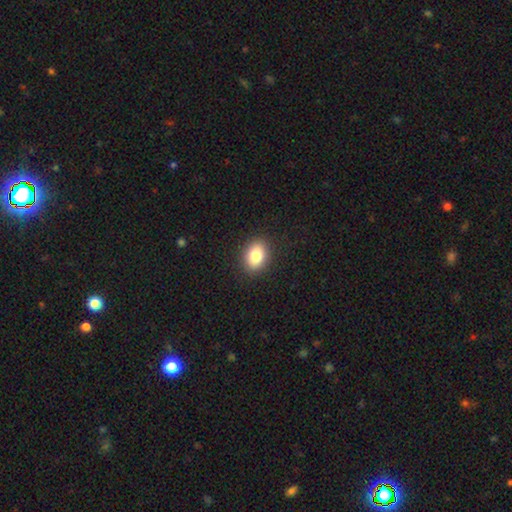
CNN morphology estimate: Smooth or featured? Predicted: smooth (p=0.83). How rounded? Predicted: in between (p=0.71). Merging? Predicted: none (p=0.90).